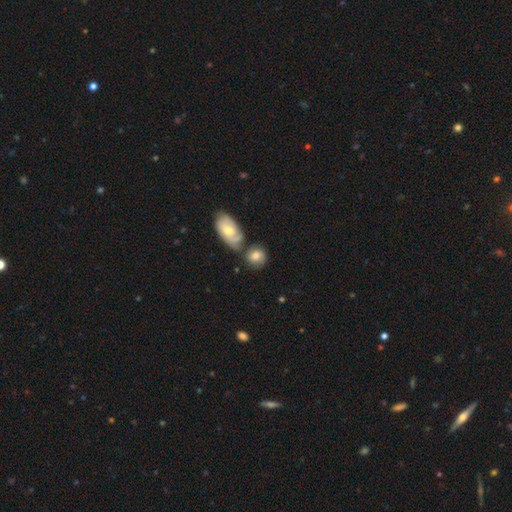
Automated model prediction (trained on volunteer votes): This appears to be a smooth galaxy with no disk features (70%) that is round (63%). Merging: none (54%).